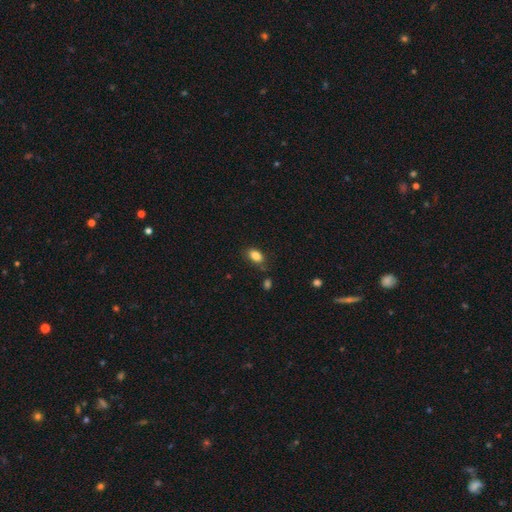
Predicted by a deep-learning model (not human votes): Smooth or featured? smooth (86%)
How rounded? in between (89%)
Merging? none (75%)